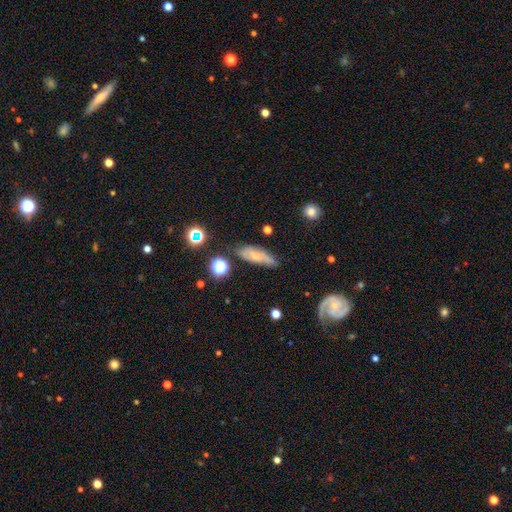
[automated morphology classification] type=smooth (48%); merging=none (63%).